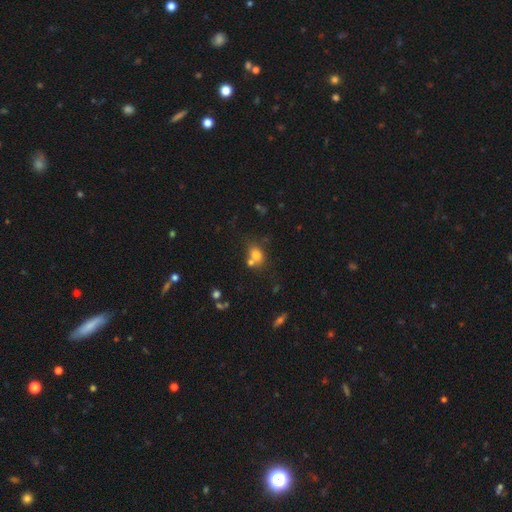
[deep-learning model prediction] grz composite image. It shows a smooth galaxy with no disk features (75%) that is in between round and cigar-shaped (50%). Merging: none (46%).